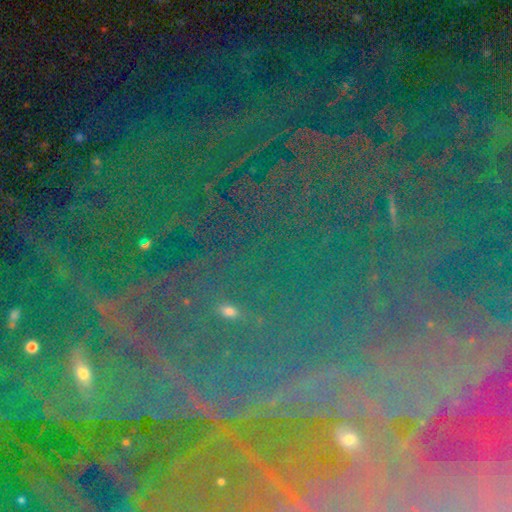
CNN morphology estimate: Smooth or featured? star or artifact (83%)